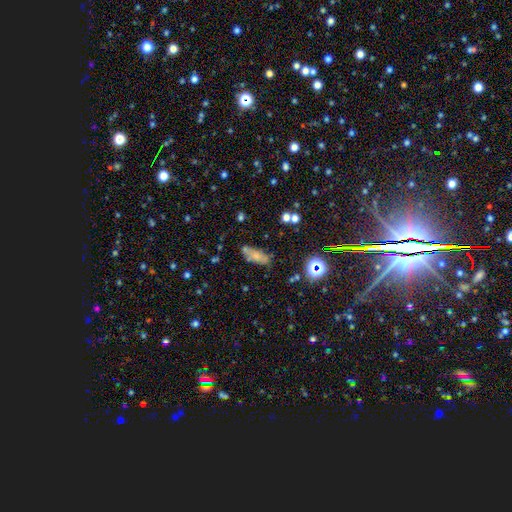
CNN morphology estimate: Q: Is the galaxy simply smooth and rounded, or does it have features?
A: smooth — 63%.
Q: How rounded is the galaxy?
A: in between — 71%.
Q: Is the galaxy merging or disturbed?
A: none — 63%.